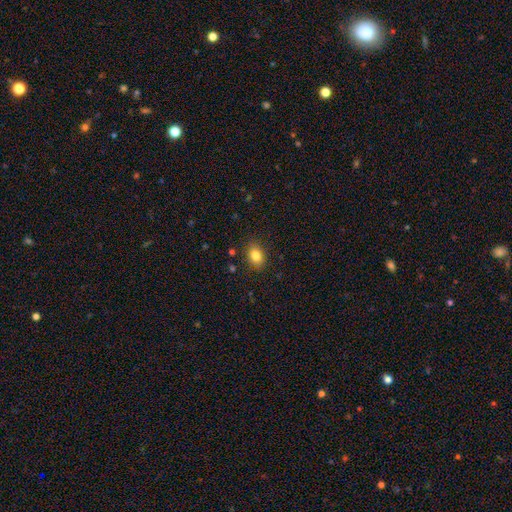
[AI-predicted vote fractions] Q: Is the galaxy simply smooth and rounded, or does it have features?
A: smooth — 82%.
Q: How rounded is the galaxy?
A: in between — 76%.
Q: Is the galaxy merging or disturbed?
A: none — 86%.